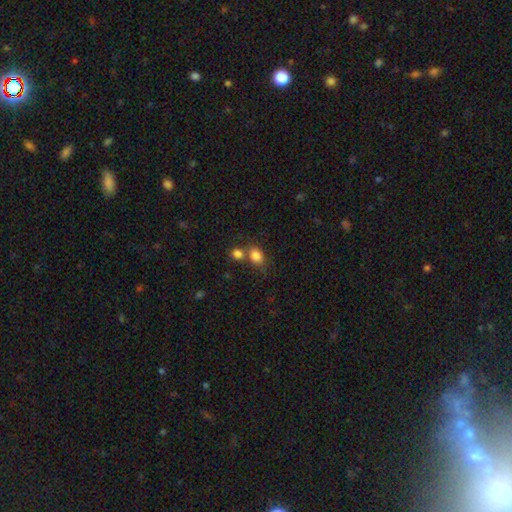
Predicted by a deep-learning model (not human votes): Smooth or featured? Predicted: smooth (p=0.83). How rounded? Predicted: in between (p=0.57). Merging? Predicted: none (p=0.49).